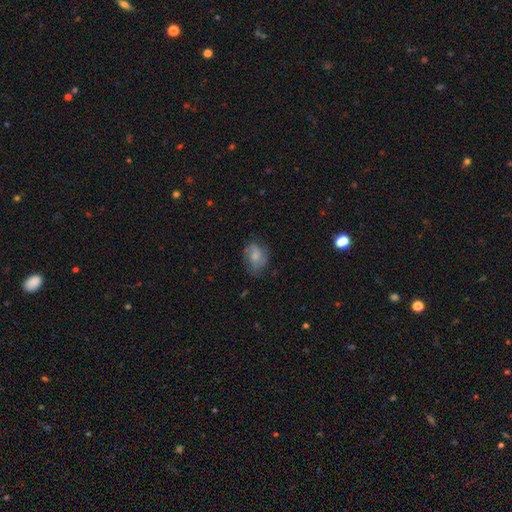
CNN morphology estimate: smooth_or_featured: smooth (p=0.58) [alt: featured or disk p=0.33]
how_rounded: in between (p=0.67) [alt: round p=0.32]
merging: none (p=0.59) [alt: minor disturbance p=0.27]